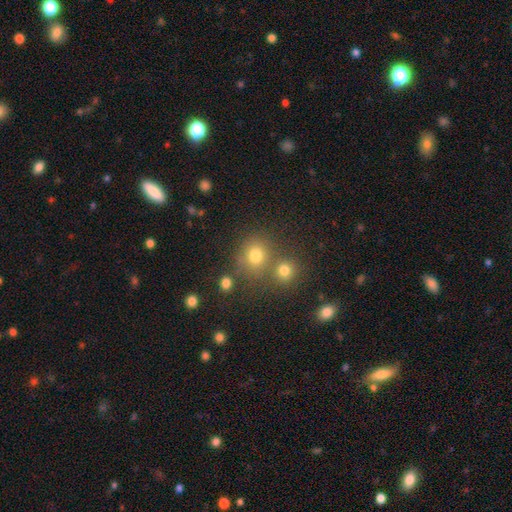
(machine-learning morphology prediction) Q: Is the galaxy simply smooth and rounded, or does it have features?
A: smooth — 74%.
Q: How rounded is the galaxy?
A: round — 81%.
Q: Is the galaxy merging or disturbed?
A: none — 61%.